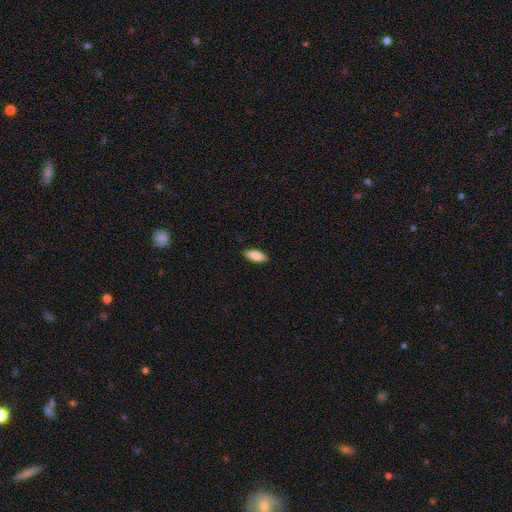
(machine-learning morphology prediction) This appears to be a smooth galaxy with no disk features (83%) that is in between round and cigar-shaped (74%). Merging: none (89%).